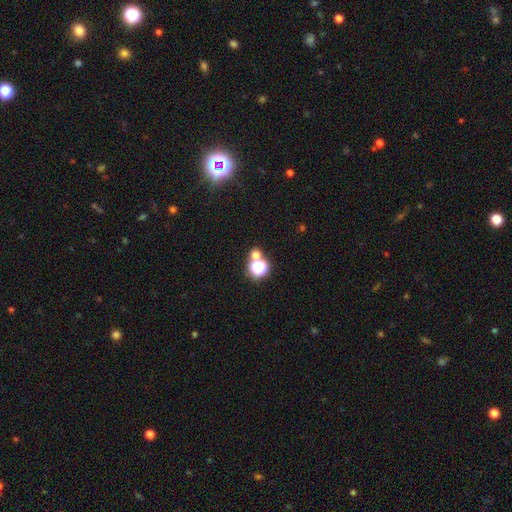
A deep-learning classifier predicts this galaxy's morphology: This appears to be a smooth galaxy with no disk features (57%) that is round (84%). Merging: none (58%).